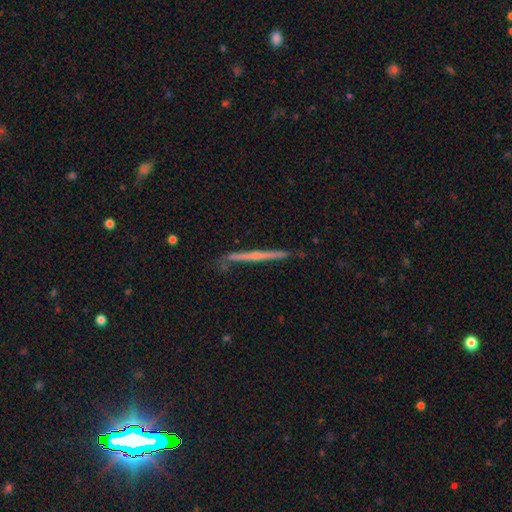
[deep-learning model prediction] Smooth or featured?
  - featured or disk: 67% *
  - smooth: 26%
  - star or artifact: 6%
Edge-on disk?
  - yes: 97% *
  - no: 3%
Edge-on bulge?
  - none: 56% *
  - rounded: 37%
  - boxy: 7%
Merging?
  - none: 81% *
  - minor disturbance: 14%
  - major disturbance: 3%
  - merger: 2%